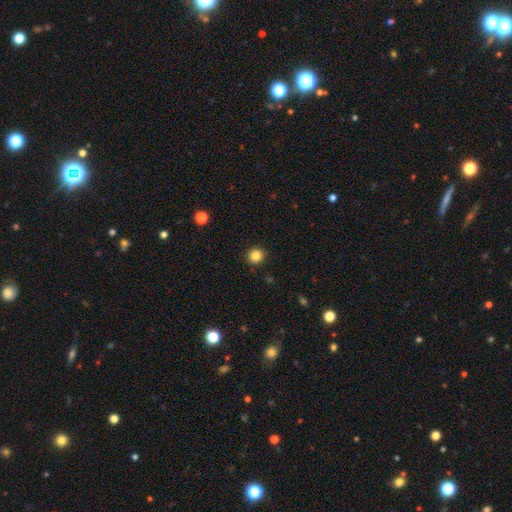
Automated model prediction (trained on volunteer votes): smooth-or-featured: smooth: 85% | star or artifact: 11% | featured or disk: 4%
  how-rounded: round: 92% | in between: 7% | cigar-shaped: 1%
  merging: none: 92% | minor disturbance: 6% | major disturbance: 2% | merger: 1%